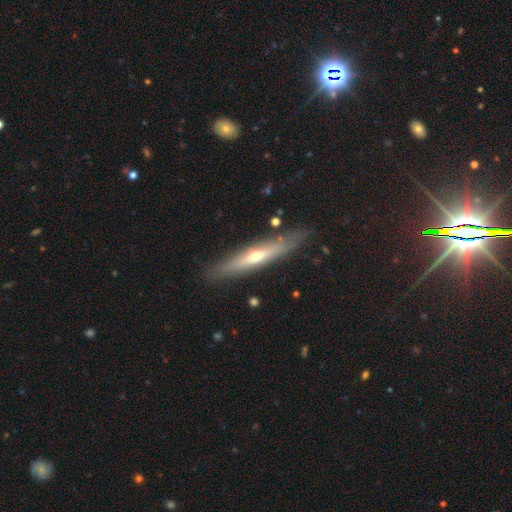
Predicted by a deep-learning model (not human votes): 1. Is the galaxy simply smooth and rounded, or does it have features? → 63% featured or disk, 30% smooth, 7% star or artifact.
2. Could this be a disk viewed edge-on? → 87% yes, 13% no.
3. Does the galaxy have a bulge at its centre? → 82% rounded, 15% none, 2% boxy.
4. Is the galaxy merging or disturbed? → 85% none, 11% minor disturbance, 2% major disturbance, 2% merger.